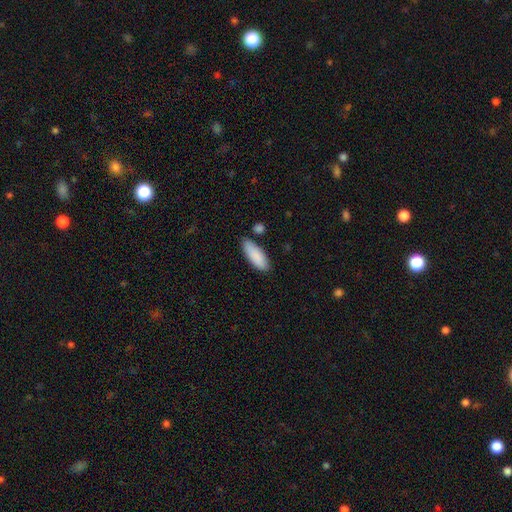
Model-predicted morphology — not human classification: The model was most divided on "how rounded": in between: 70%, cigar-shaped: 28%, round: 2%. More confident: smooth or featured — smooth (88%); merging — none (77%).